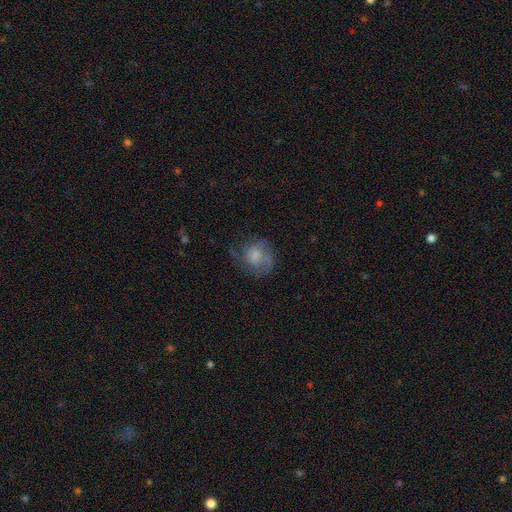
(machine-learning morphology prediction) smooth_or_featured: smooth (p=0.47) [alt: featured or disk p=0.44]
merging: none (p=0.50) [alt: minor disturbance p=0.24]